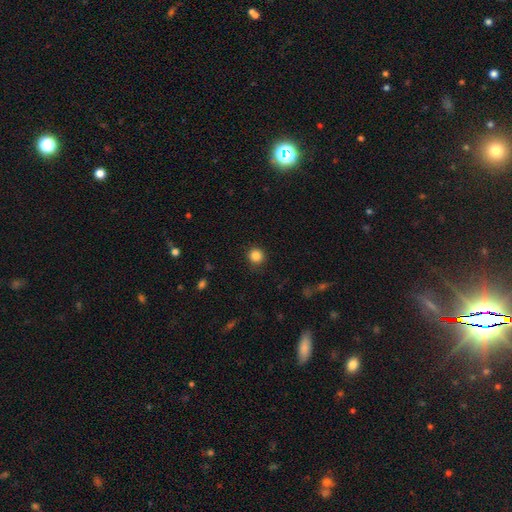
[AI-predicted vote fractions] Q: Smooth or featured?
A: smooth (85%); runner-up: star or artifact (11%)
Q: How rounded?
A: round (92%); runner-up: in between (7%)
Q: Merging?
A: none (88%); runner-up: minor disturbance (9%)